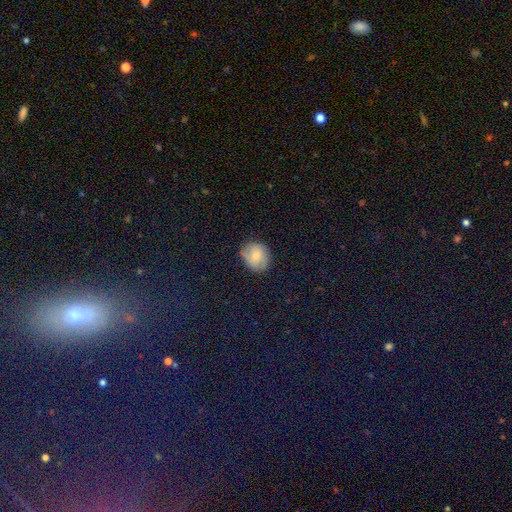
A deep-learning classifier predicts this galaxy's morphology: Smooth or featured? smooth (62%)
How rounded? round (71%)
Merging? none (74%)